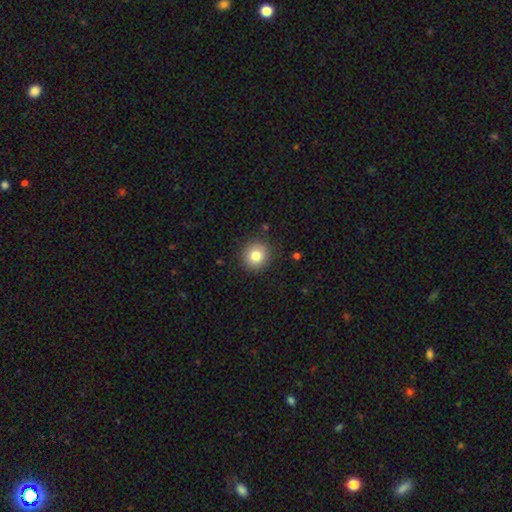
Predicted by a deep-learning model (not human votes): The model was most divided on "smooth or featured": smooth: 82%, star or artifact: 10%, featured or disk: 8%. More confident: how rounded — round (93%); merging — none (89%).